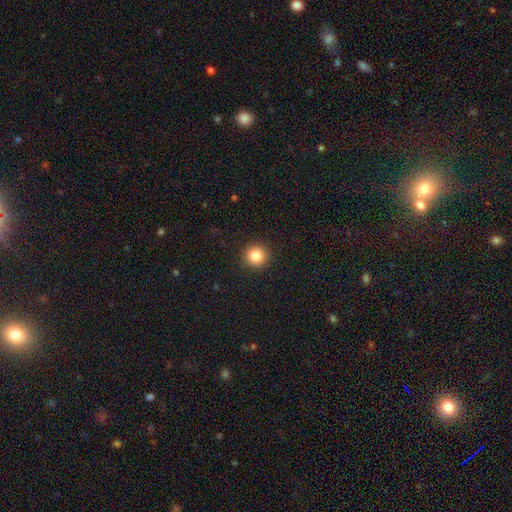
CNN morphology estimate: Q: Smooth or featured?
A: smooth (84%); runner-up: star or artifact (11%)
Q: How rounded?
A: round (94%); runner-up: in between (5%)
Q: Merging?
A: none (93%); runner-up: minor disturbance (5%)